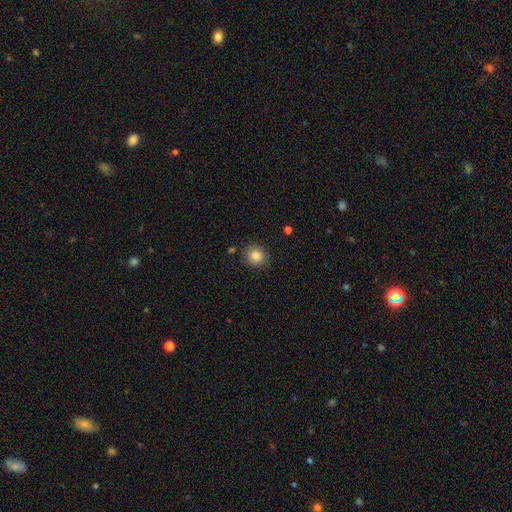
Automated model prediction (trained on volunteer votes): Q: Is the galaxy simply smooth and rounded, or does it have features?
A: smooth — 83%.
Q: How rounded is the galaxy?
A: round — 90%.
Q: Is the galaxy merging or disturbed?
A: none — 88%.